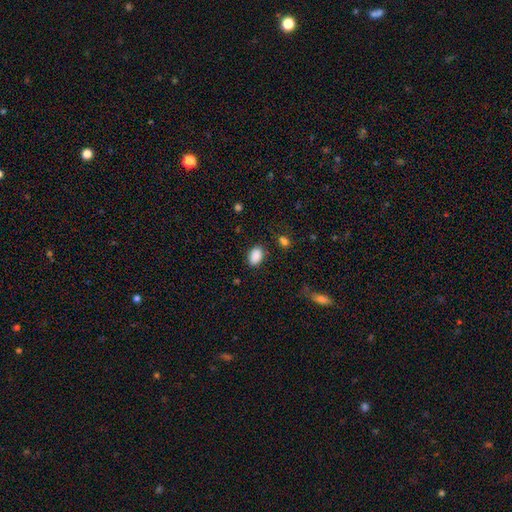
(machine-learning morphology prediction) This is clearly a smooth galaxy (89%). How rounded: clearly in between (85%). Merging: clearly none (81%).